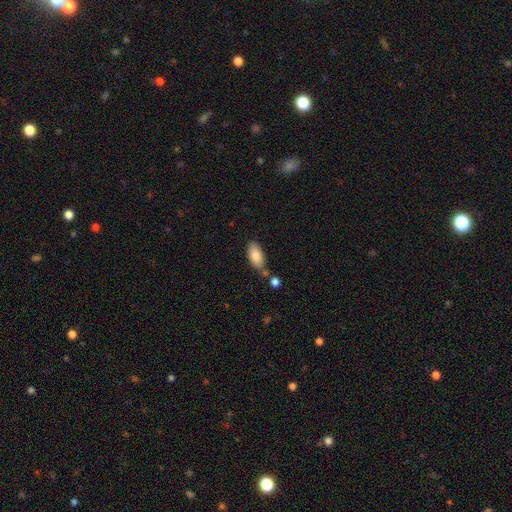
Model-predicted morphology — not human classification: Smooth or featured? Predicted: smooth (p=0.84). How rounded? Predicted: in between (p=0.89). Merging? Predicted: none (p=0.65).